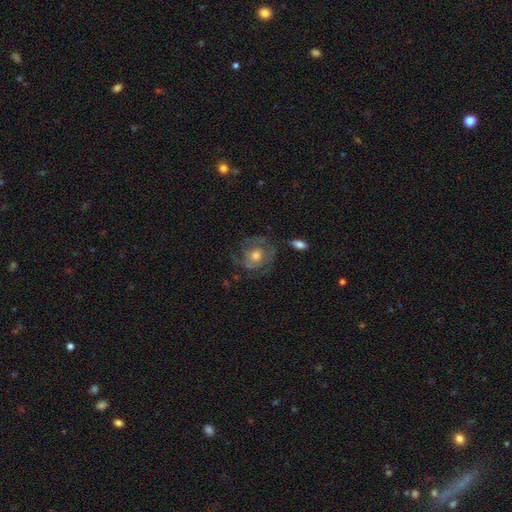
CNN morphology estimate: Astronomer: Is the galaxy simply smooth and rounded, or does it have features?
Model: featured or disk — 71%.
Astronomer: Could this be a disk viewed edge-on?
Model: no — 97%.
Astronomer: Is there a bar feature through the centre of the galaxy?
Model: no — 79%.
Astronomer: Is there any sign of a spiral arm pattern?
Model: yes — 81%.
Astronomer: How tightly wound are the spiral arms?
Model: tight — 53% (runner-up: medium, 35%).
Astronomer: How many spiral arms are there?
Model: can't tell — 38% (runner-up: 2, 29%).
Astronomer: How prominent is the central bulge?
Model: moderate — 66%.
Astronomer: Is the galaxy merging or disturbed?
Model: none — 69%.